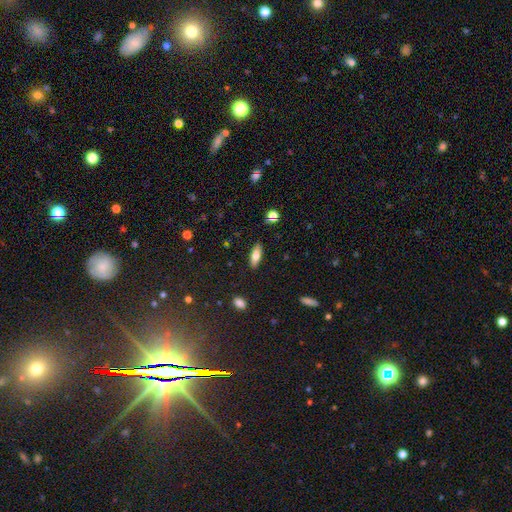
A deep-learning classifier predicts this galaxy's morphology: This is likely a smooth galaxy (68%). How rounded: likely in between (61%). Merging: clearly none (87%).